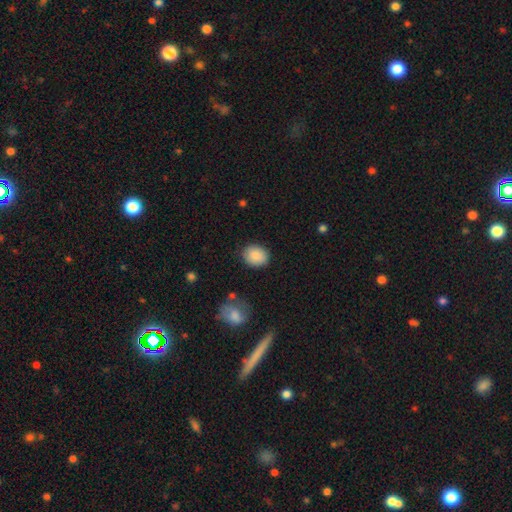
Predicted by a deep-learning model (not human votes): This is clearly a smooth galaxy (88%). How rounded: possibly round (55%). Merging: clearly none (85%).